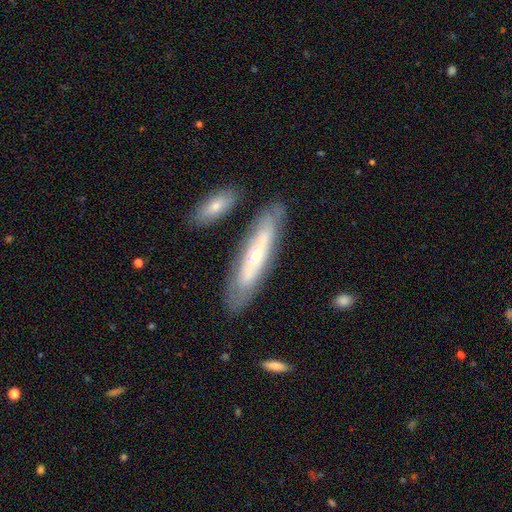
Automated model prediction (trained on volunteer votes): smooth_or_featured: featured or disk (p=0.59) [alt: smooth p=0.34]
disk_edge_on: no (p=0.57) [alt: yes p=0.43]
merging: none (p=0.79) [alt: minor disturbance p=0.13]